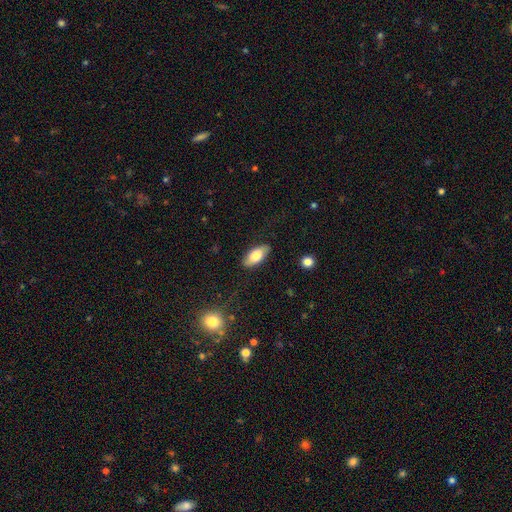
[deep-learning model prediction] A smooth galaxy with no disk features (73%) that is in between round and cigar-shaped (87%).

Vote fractions:
- Smooth or featured? smooth: 73% / featured or disk: 20% / star or artifact: 6%
- How rounded? in between: 87% / cigar-shaped: 10% / round: 3%
- Merging? none: 83% / minor disturbance: 13% / major disturbance: 3% / merger: 1%